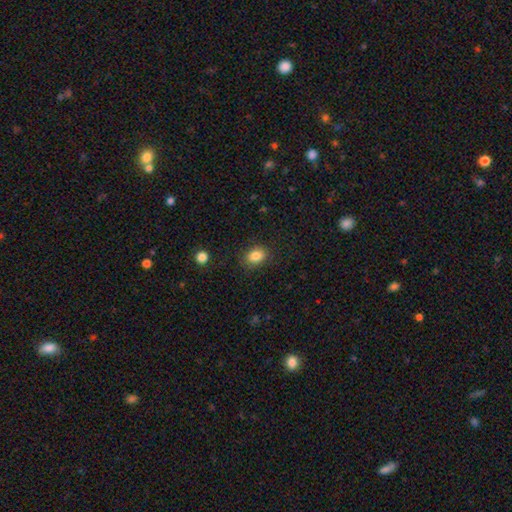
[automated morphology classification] A smooth galaxy with no disk features (85%) that is in between round and cigar-shaped (68%).

Vote fractions:
- Smooth or featured? smooth: 85% / star or artifact: 9% / featured or disk: 6%
- How rounded? in between: 68% / round: 31% / cigar-shaped: 1%
- Merging? none: 84% / minor disturbance: 11% / major disturbance: 3% / merger: 1%